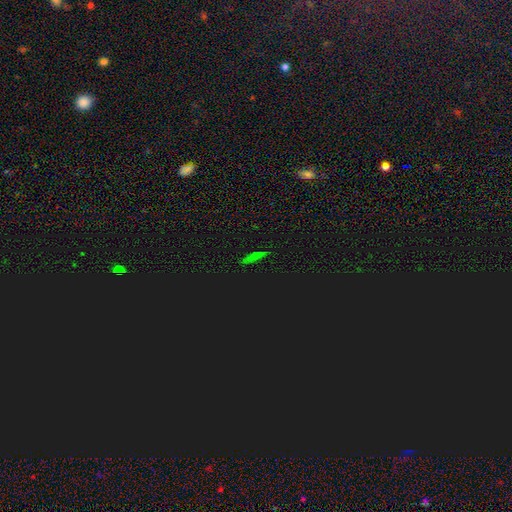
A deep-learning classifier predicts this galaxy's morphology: This is possibly a star or artifact rather than a galaxy (47%).